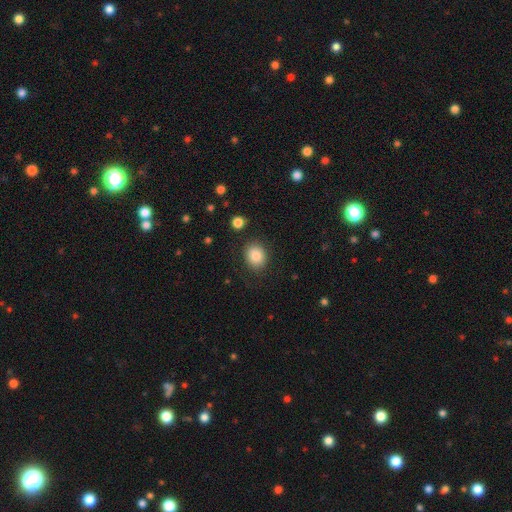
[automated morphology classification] This appears to be a smooth galaxy with no disk features (84%) that is round (57%). Merging: none (84%).